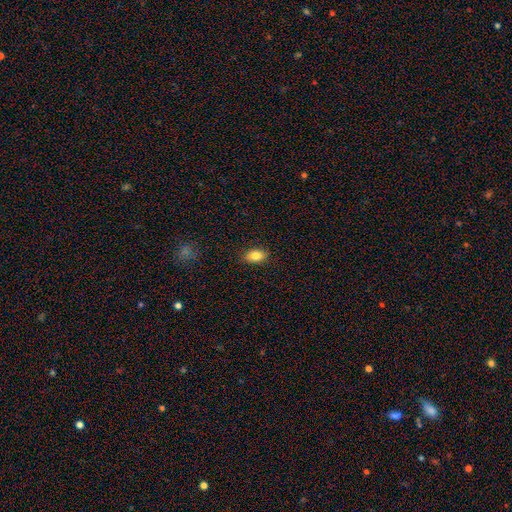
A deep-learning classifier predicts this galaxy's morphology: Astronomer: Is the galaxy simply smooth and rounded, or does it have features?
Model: smooth — 83%.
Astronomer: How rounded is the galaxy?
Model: in between — 87%.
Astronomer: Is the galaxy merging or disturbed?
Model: none — 87%.